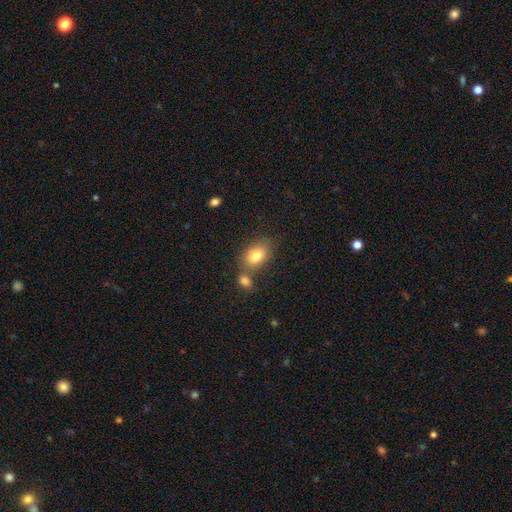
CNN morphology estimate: This appears to be a smooth galaxy with no disk features (80%) that is in between round and cigar-shaped (79%). Merging: none (56%).